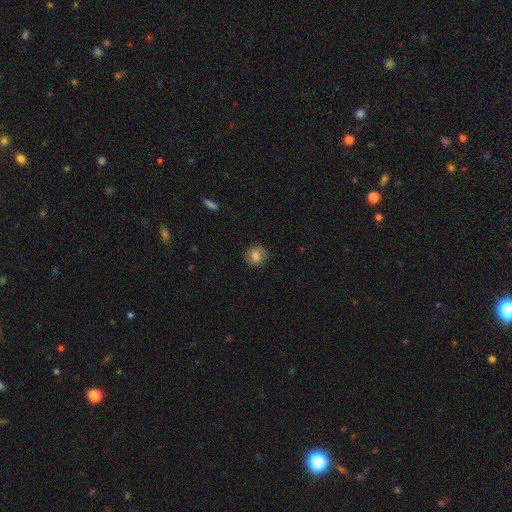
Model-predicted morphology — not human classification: Smooth or featured?
  - smooth: 77% *
  - featured or disk: 15%
  - star or artifact: 9%
How rounded?
  - round: 90% *
  - in between: 9%
  - cigar-shaped: 1%
Merging?
  - none: 88% *
  - minor disturbance: 9%
  - major disturbance: 2%
  - merger: 1%